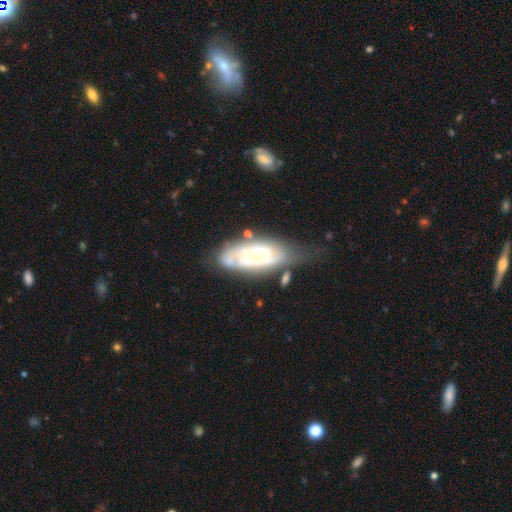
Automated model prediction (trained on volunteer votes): Overall: featured or disk (73%). Edge-on disk: no (91%). Bar: no (67%). Spiral arms: yes (81%). Spiral arm count: can't tell (48%; 2 30%). Spiral winding: tight (63%; medium 29%). Bulge size: small (56%; moderate 27%). Merging: none (43%; minor disturbance 32%).